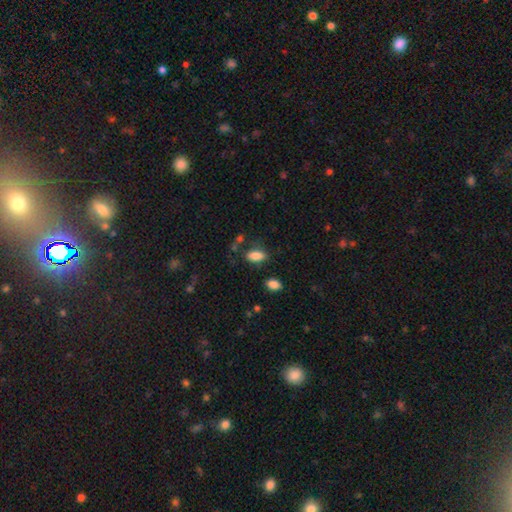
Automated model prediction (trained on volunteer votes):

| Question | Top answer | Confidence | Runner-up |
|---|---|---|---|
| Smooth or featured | smooth | 85% | star or artifact (9%) |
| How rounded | in between | 88% | cigar-shaped (7%) |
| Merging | none | 74% | minor disturbance (16%) |